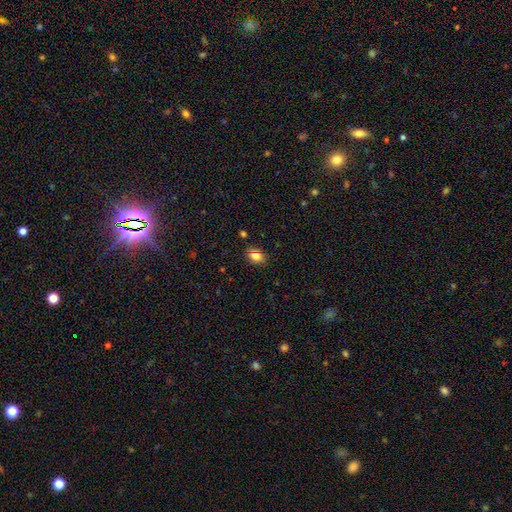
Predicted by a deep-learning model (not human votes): Smooth or featured: smooth — 81% (star or artifact — 11%)
How rounded: in between — 77% (round — 22%)
Merging: none — 82% (minor disturbance — 12%)